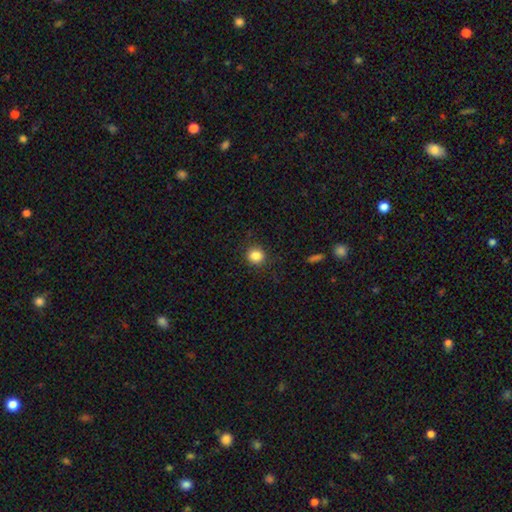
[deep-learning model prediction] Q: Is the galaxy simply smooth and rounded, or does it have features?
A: smooth — 85%.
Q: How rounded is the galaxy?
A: round — 88%.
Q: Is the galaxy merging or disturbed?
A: none — 89%.